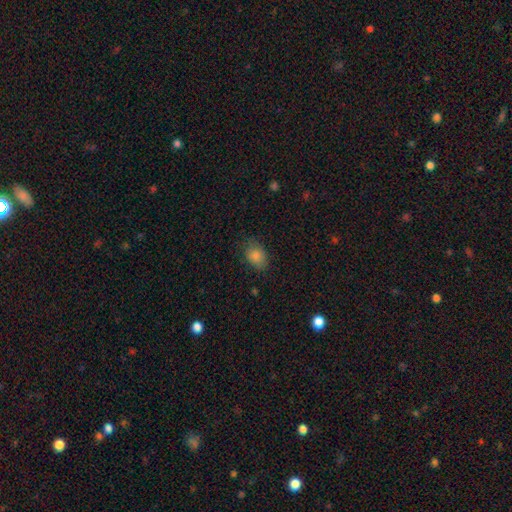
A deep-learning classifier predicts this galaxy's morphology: smooth 84%, star or artifact 10%, featured or disk 6%. Down the decision tree: how rounded — in between (71%); merging — none (77%).